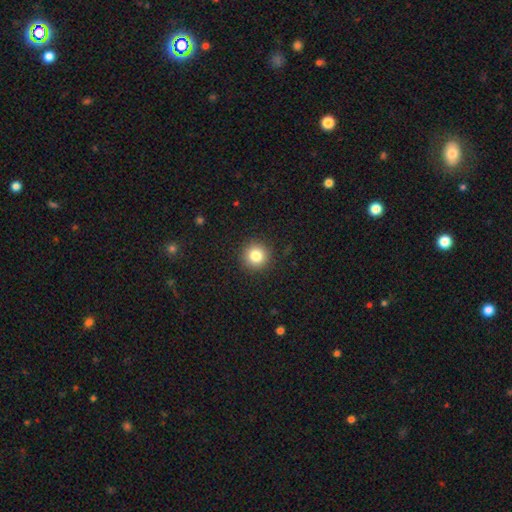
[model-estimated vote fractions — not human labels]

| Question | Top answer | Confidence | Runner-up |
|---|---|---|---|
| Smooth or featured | smooth | 83% | star or artifact (11%) |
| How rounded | round | 95% | in between (4%) |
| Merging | none | 92% | minor disturbance (5%) |